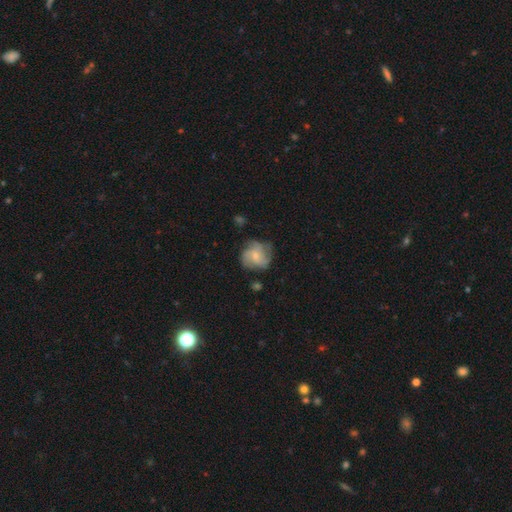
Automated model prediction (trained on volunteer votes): smooth-or-featured: featured or disk: 59% | smooth: 33% | star or artifact: 8%
  disk-edge-on: no: 98% | yes: 2%
    bar: no: 62% | weak: 33% | strong: 5%
    has-spiral-arms: yes: 85% | no: 15%
    bulge-size: small: 55% | moderate: 33% | none: 8% | large: 2% | dominant: 1%
  merging: none: 65% | minor disturbance: 22% | major disturbance: 11% | merger: 2%